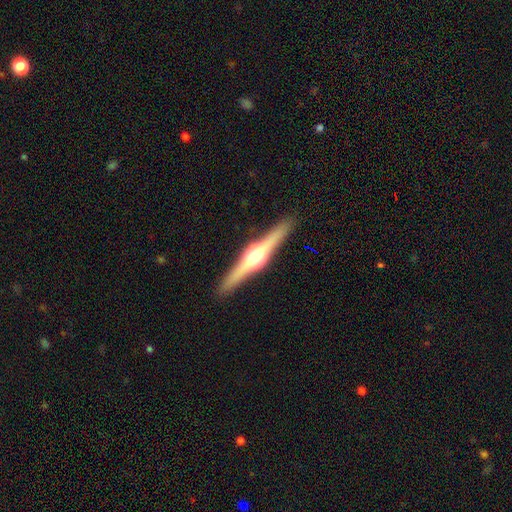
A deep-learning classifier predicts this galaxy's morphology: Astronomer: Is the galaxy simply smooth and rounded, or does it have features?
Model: featured or disk — 82%.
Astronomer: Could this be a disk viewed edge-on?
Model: yes — 98%.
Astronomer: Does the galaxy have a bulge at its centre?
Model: rounded — 93%.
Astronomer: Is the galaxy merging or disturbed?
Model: none — 92%.